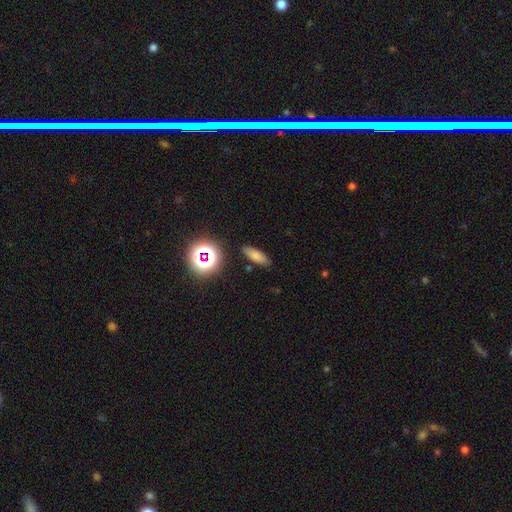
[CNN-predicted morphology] Smooth or featured: smooth — 71% (star or artifact — 16%)
How rounded: in between — 59% (cigar-shaped — 34%)
Merging: none — 85% (minor disturbance — 10%)